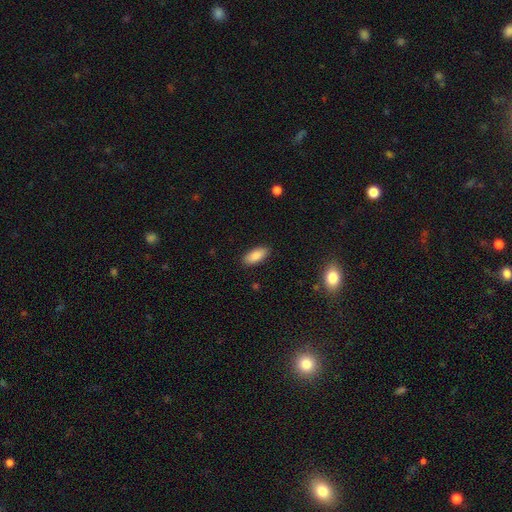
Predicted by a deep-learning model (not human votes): Morphology: type=smooth (87%); roundness=in between (86%); merging=none (89%).